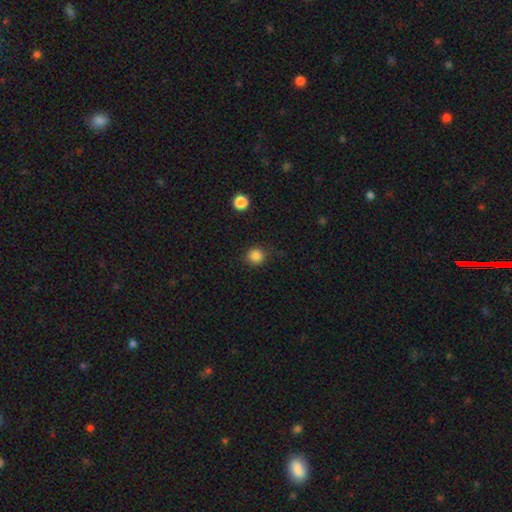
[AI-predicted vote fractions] smooth-or-featured: smooth: 85% | star or artifact: 11% | featured or disk: 4%
  how-rounded: round: 91% | in between: 8% | cigar-shaped: 1%
  merging: none: 86% | minor disturbance: 10% | major disturbance: 3% | merger: 1%